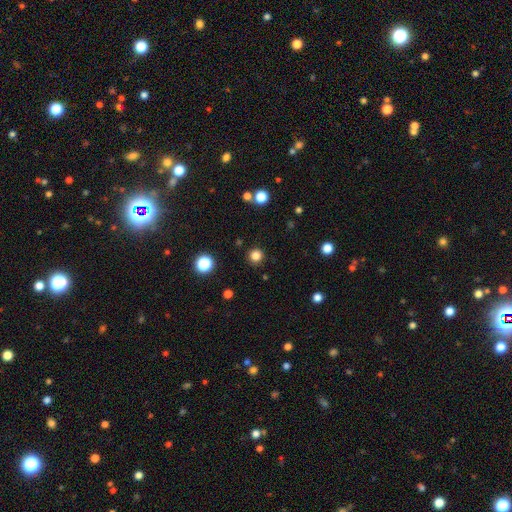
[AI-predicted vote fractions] smooth_or_featured: smooth (p=0.82) [alt: star or artifact p=0.14]
how_rounded: round (p=0.95) [alt: in between p=0.04]
merging: none (p=0.91) [alt: minor disturbance p=0.05]